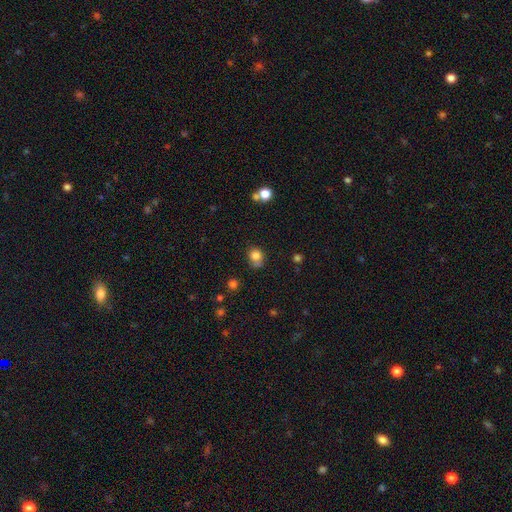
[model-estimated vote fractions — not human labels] This appears to be a smooth galaxy with no disk features (81%) that is round (69%). Merging: none (56%).